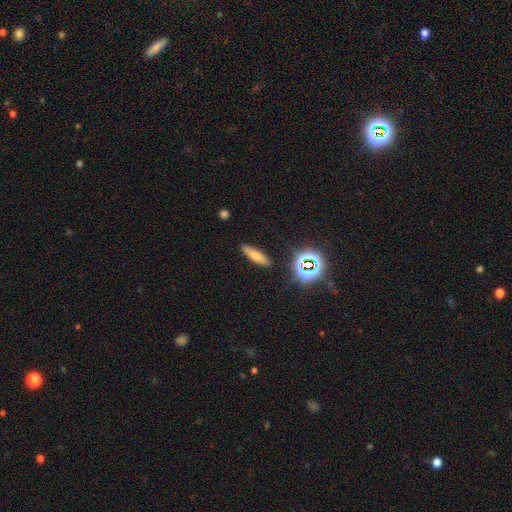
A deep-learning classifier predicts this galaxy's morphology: This is likely a smooth galaxy (64%). How rounded: likely cigar-shaped (68%). Merging: clearly none (87%).